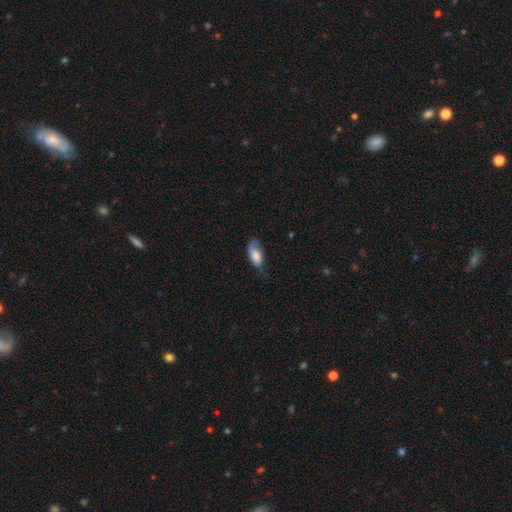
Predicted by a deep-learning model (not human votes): Smooth or featured? Predicted: smooth (p=0.72). How rounded? Predicted: in between (p=0.90). Merging? Predicted: none (p=0.42).